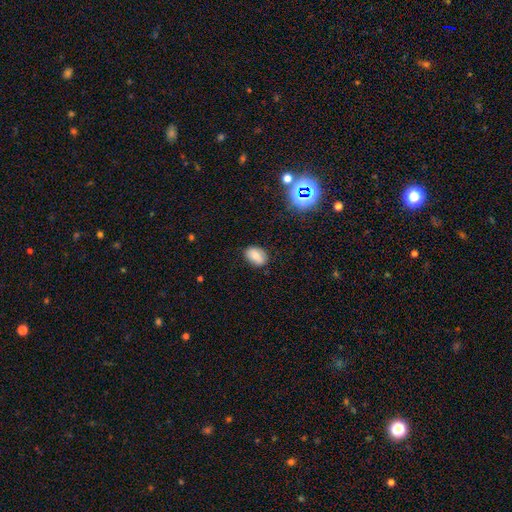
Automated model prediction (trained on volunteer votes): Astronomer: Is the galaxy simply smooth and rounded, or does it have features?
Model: smooth — 75%.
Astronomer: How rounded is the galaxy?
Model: in between — 79%.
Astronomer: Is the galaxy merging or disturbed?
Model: none — 82%.